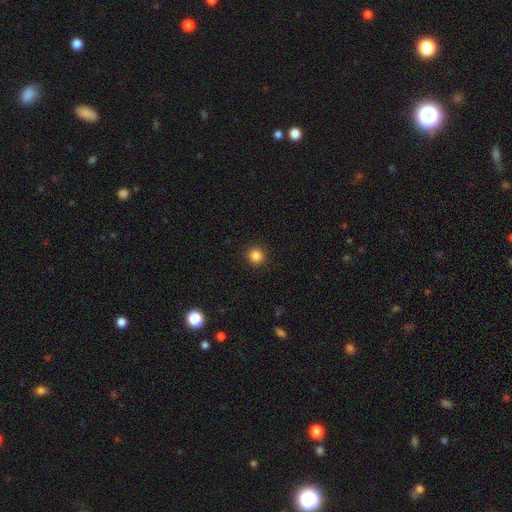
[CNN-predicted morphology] This appears to be a smooth galaxy with no disk features (85%) that is round (94%). Merging: none (93%).